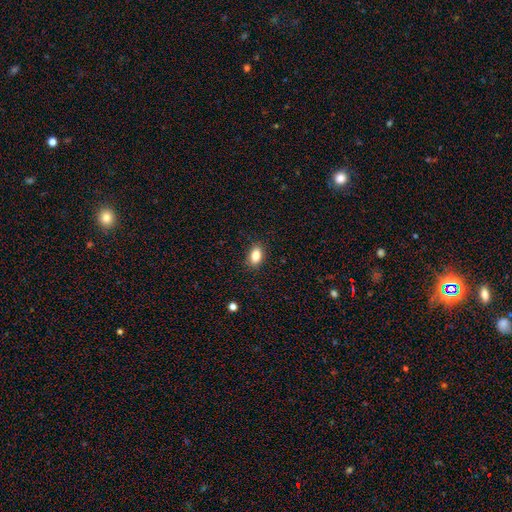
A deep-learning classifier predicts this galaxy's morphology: A smooth galaxy with no disk features (85%) that is in between round and cigar-shaped (88%).

Vote fractions:
- Smooth or featured? smooth: 85% / star or artifact: 9% / featured or disk: 6%
- How rounded? in between: 88% / round: 10% / cigar-shaped: 2%
- Merging? none: 88% / minor disturbance: 9% / major disturbance: 2% / merger: 1%